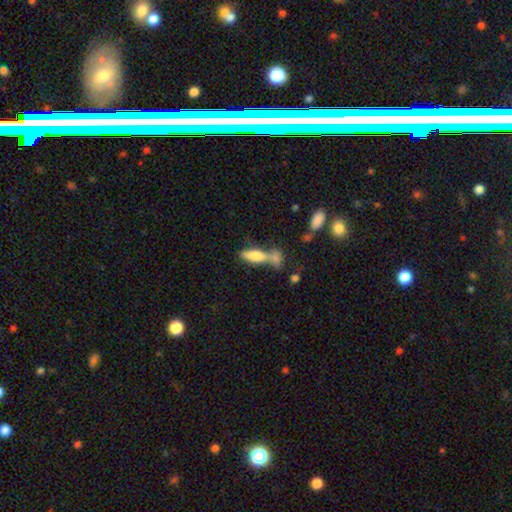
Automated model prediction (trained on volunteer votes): smooth 67%, featured or disk 25%, star or artifact 8%. Down the decision tree: how rounded — cigar-shaped (49%); merging — merger (41%).